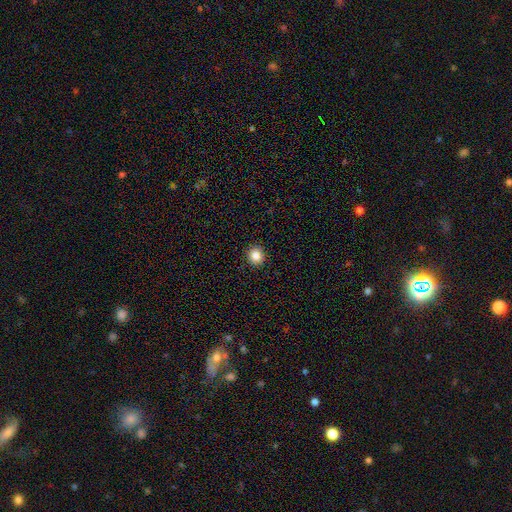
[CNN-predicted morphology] smooth 85%, star or artifact 10%, featured or disk 5%. Down the decision tree: how rounded — round (90%); merging — none (93%).